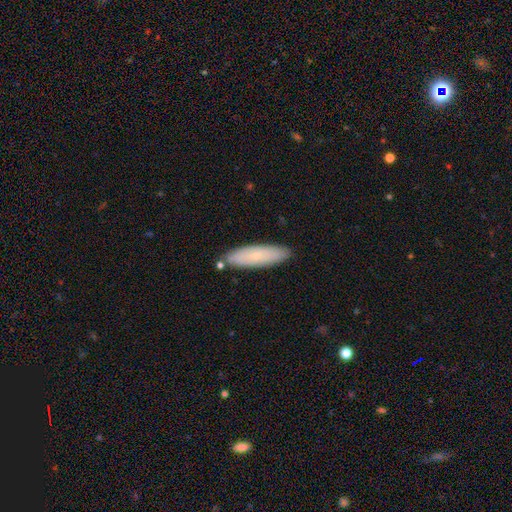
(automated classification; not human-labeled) Smooth or featured?
  - smooth: 70% *
  - featured or disk: 24%
  - star or artifact: 6%
How rounded?
  - cigar-shaped: 63% *
  - in between: 35%
  - round: 2%
Merging?
  - none: 83% *
  - minor disturbance: 12%
  - merger: 3%
  - major disturbance: 2%